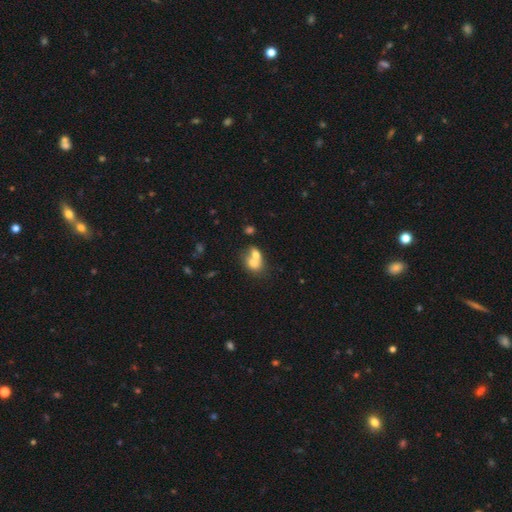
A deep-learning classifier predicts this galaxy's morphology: smooth 70%, featured or disk 21%, star or artifact 9%. Down the decision tree: how rounded — in between (64%); merging — merger (70%).